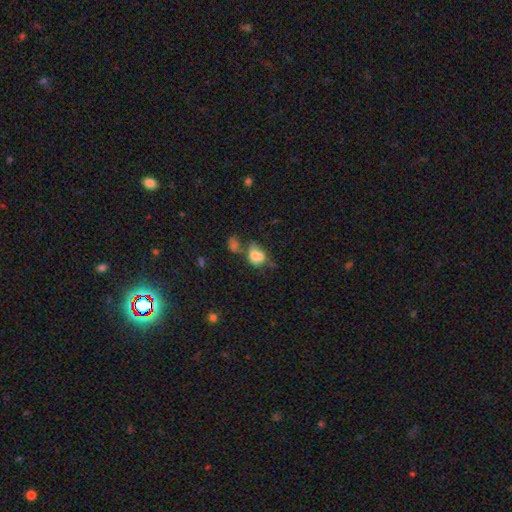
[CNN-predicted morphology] This is likely a smooth galaxy (74%). How rounded: possibly in between (55%). Merging: marginally merger (33%).